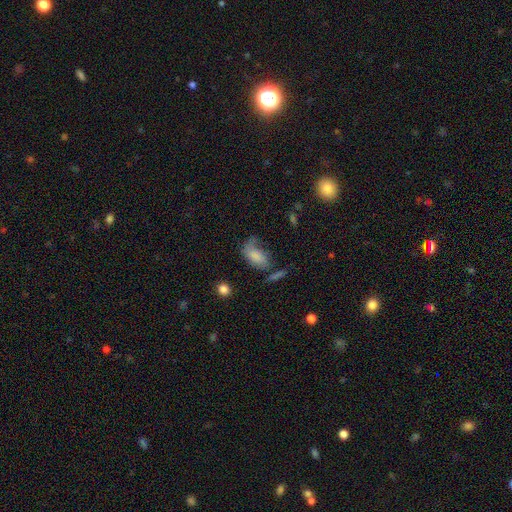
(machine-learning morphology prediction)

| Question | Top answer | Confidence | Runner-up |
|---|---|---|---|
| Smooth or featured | smooth | 65% | featured or disk (25%) |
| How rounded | in between | 90% | round (6%) |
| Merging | none | 36% | major disturbance (28%) |